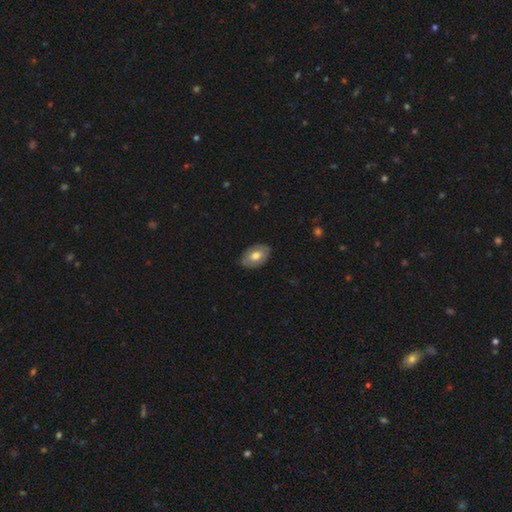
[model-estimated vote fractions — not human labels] smooth-or-featured: smooth: 65% | featured or disk: 29% | star or artifact: 6%
  how-rounded: in between: 92% | round: 7% | cigar-shaped: 1%
  merging: none: 85% | minor disturbance: 12% | major disturbance: 2% | merger: 1%